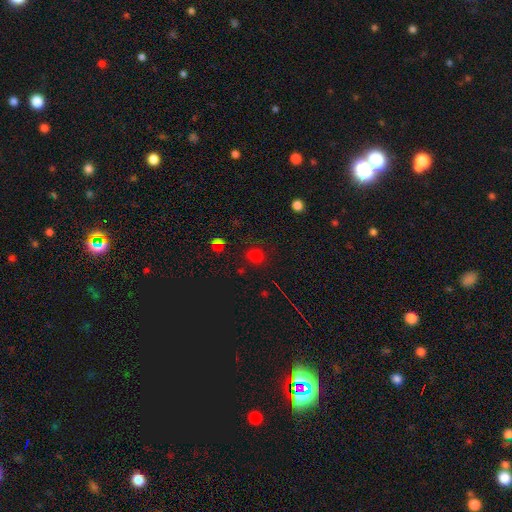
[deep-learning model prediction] Smooth or featured? smooth (66%)
How rounded? round (83%)
Merging? none (80%)